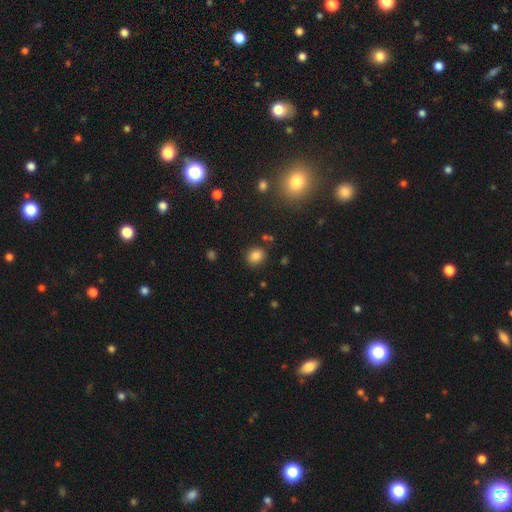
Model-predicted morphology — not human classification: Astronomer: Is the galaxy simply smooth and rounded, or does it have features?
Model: smooth — 83%.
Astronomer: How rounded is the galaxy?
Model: round — 69%.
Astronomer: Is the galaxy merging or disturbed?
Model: none — 85%.